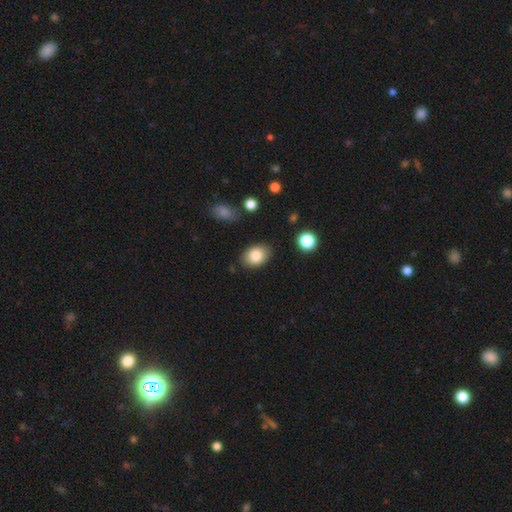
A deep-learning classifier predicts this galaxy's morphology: Smooth or featured? Predicted: smooth (p=0.85). How rounded? Predicted: in between (p=0.79). Merging? Predicted: none (p=0.82).